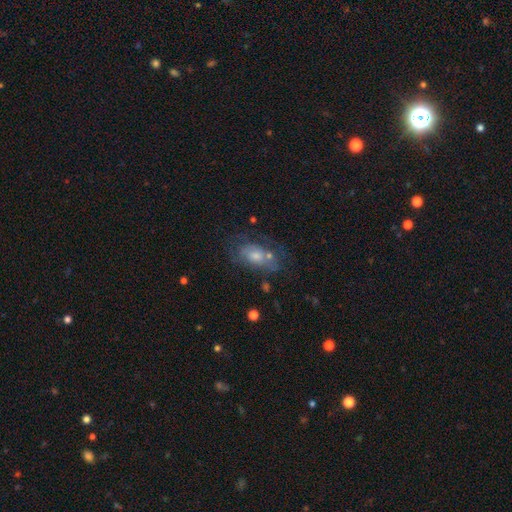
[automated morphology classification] A featured or disk galaxy (46%). Merging: none (51%).